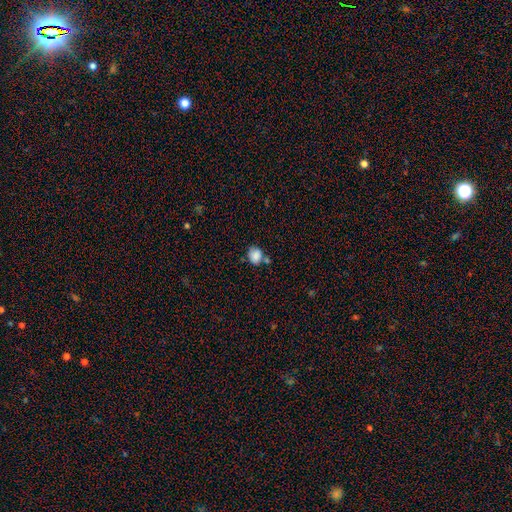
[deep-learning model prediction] This appears to be a smooth galaxy with no disk features (84%) that is round (56%). Merging: none (53%).